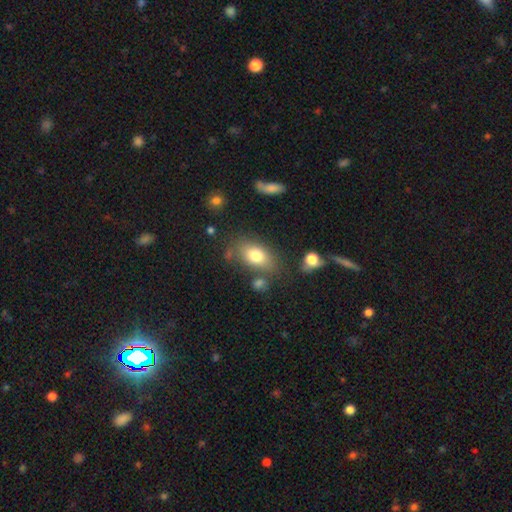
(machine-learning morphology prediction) Q: Smooth or featured?
A: smooth (77%); runner-up: featured or disk (14%)
Q: How rounded?
A: in between (85%); runner-up: round (13%)
Q: Merging?
A: none (70%); runner-up: minor disturbance (16%)